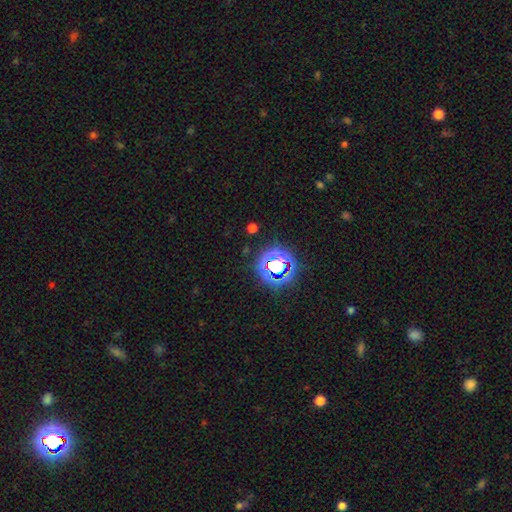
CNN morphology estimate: Smooth or featured? star or artifact (79%)